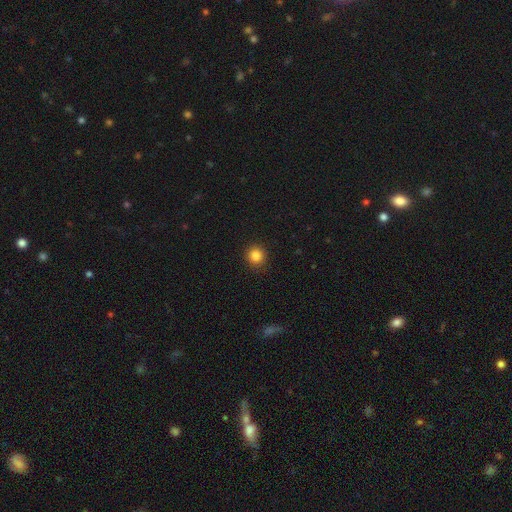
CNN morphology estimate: smooth 84%, star or artifact 11%, featured or disk 4%. Down the decision tree: how rounded — round (91%); merging — none (90%).